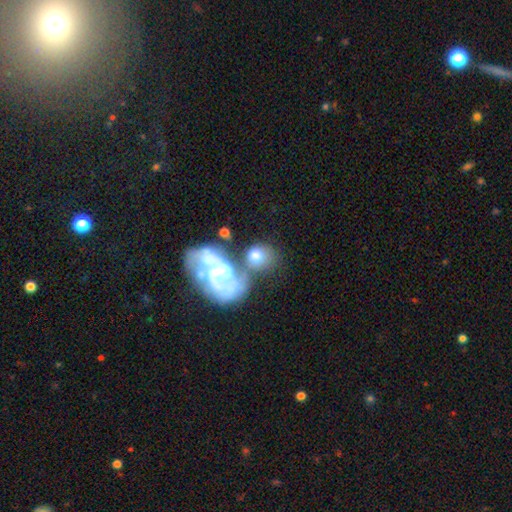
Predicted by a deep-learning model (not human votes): Smooth or featured?
  - smooth: 54% *
  - featured or disk: 37%
  - star or artifact: 9%
How rounded?
  - round: 67% *
  - in between: 31%
  - cigar-shaped: 2%
Merging?
  - merger: 49% *
  - none: 29%
  - minor disturbance: 11%
  - major disturbance: 10%